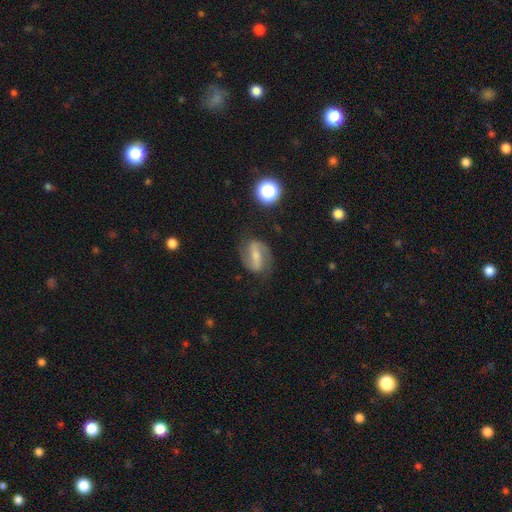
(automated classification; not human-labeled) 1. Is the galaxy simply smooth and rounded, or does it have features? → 74% featured or disk, 18% smooth, 8% star or artifact.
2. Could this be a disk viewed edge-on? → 95% no, 5% yes.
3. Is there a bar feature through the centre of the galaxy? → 63% strong, 27% weak, 11% no.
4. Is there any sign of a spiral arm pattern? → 90% yes, 10% no.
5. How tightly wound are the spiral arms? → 48% medium, 30% loose, 22% tight.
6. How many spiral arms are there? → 90% 2, 5% can't tell, 2% 1, 1% 3, 1% 4, 1% more than 4.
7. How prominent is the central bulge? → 50% small, 33% moderate, 12% none, 5% large, 2% dominant.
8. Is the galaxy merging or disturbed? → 77% none, 14% minor disturbance, 7% major disturbance, 2% merger.